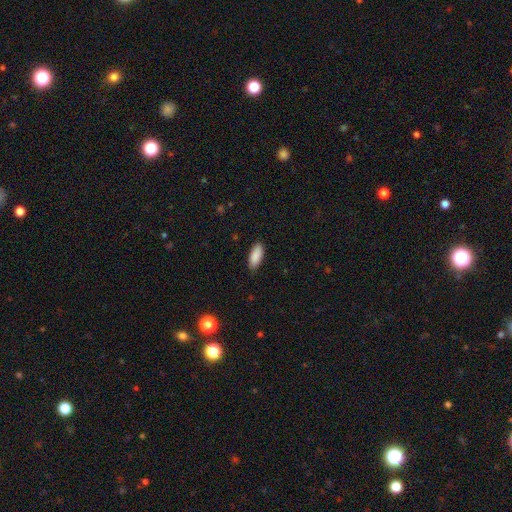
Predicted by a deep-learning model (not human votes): smooth-or-featured: smooth: 89% | star or artifact: 6% | featured or disk: 4%
  how-rounded: in between: 81% | cigar-shaped: 18% | round: 2%
  merging: none: 85% | minor disturbance: 12% | major disturbance: 2% | merger: 1%